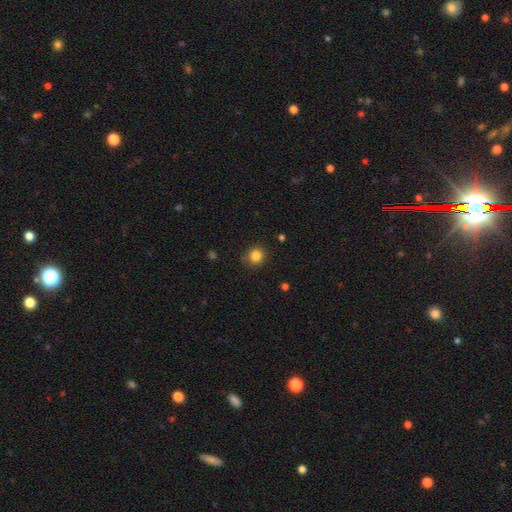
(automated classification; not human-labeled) Smooth or featured? smooth (84%)
How rounded? round (90%)
Merging? none (85%)